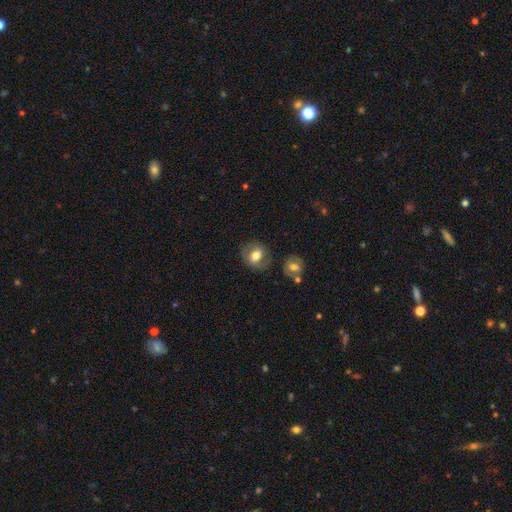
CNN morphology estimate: Q: Smooth or featured?
A: smooth (67%); runner-up: featured or disk (25%)
Q: How rounded?
A: round (58%); runner-up: in between (41%)
Q: Merging?
A: none (76%); runner-up: minor disturbance (14%)